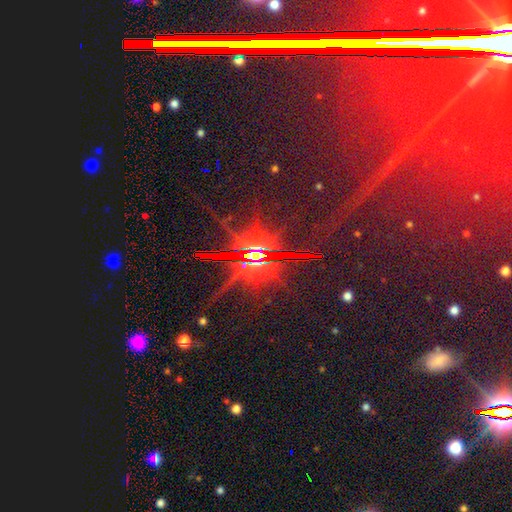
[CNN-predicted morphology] Q: Smooth or featured?
A: star or artifact (78%); runner-up: featured or disk (14%)